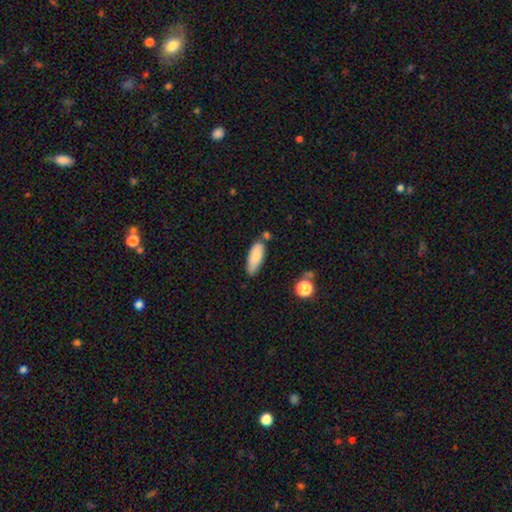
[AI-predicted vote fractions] Smooth or featured?
  - smooth: 79% *
  - featured or disk: 14%
  - star or artifact: 7%
How rounded?
  - in between: 71% *
  - cigar-shaped: 26%
  - round: 2%
Merging?
  - none: 63% *
  - minor disturbance: 23%
  - merger: 9%
  - major disturbance: 4%